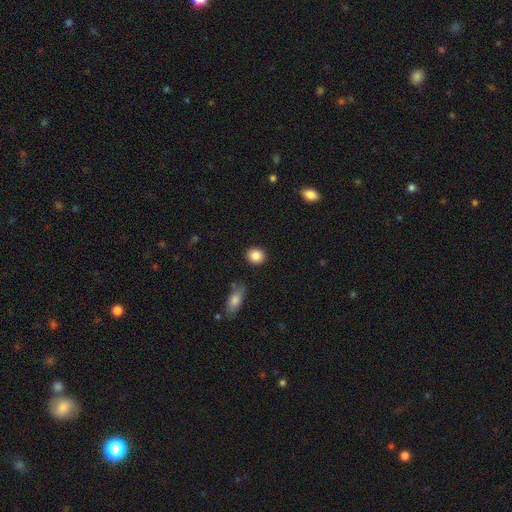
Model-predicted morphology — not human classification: smooth 86%, star or artifact 8%, featured or disk 5%. Down the decision tree: how rounded — round (73%); merging — none (89%).